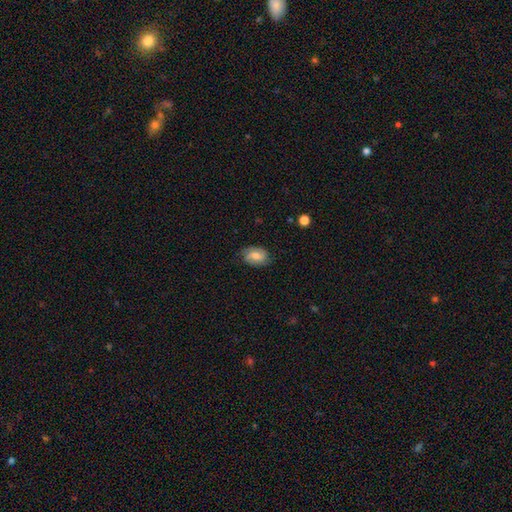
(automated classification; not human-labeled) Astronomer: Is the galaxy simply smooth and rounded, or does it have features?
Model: smooth — 51% (runner-up: featured or disk, 41%).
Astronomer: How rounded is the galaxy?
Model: in between — 82%.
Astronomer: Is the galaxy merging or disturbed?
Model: none — 78%.